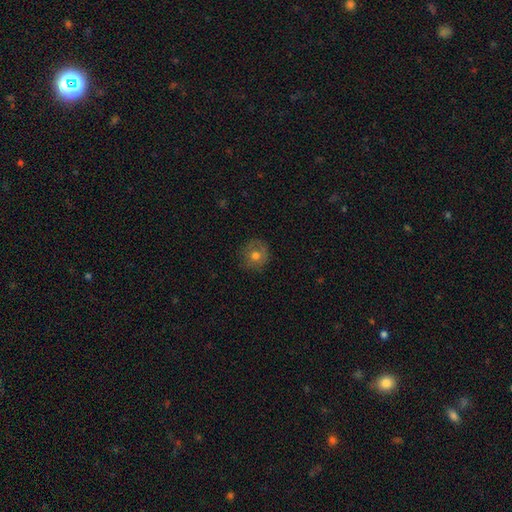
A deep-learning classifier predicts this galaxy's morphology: smooth-or-featured: smooth: 67% | featured or disk: 22% | star or artifact: 11%
  how-rounded: round: 89% | in between: 10% | cigar-shaped: 1%
  merging: none: 79% | minor disturbance: 15% | major disturbance: 5% | merger: 1%